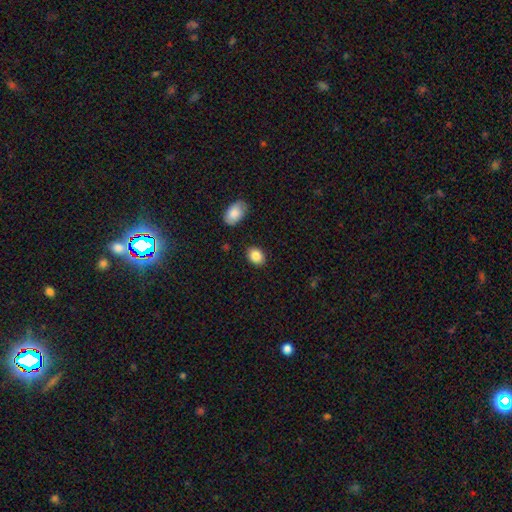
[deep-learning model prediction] Smooth or featured? Predicted: smooth (p=0.86). How rounded? Predicted: in between (p=0.66). Merging? Predicted: none (p=0.86).